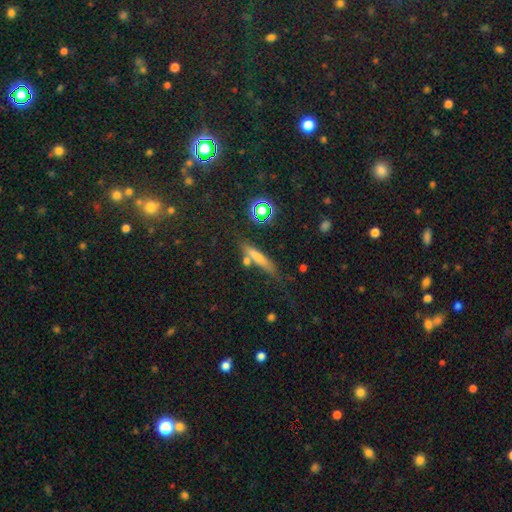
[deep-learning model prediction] smooth_or_featured: smooth (p=0.49) [alt: featured or disk p=0.28]
merging: none (p=0.74) [alt: minor disturbance p=0.14]